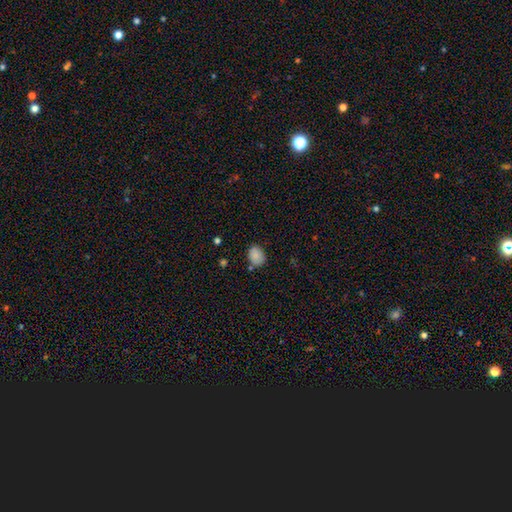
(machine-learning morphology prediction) type=smooth (87%); roundness=in between (66%); merging=none (74%).